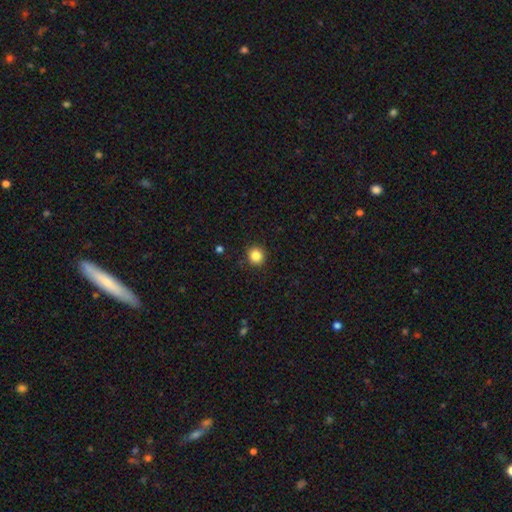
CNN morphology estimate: Smooth or featured? Predicted: smooth (p=0.84). How rounded? Predicted: round (p=0.89). Merging? Predicted: none (p=0.91).